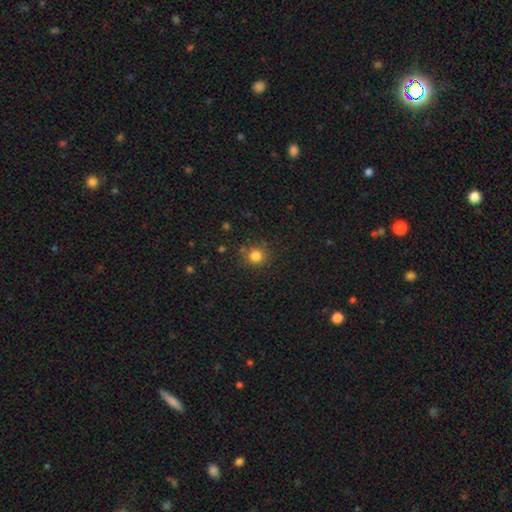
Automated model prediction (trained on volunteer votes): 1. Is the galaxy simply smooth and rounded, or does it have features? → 81% smooth, 14% star or artifact, 5% featured or disk.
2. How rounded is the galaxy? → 87% round, 12% in between, 1% cigar-shaped.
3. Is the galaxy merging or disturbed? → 77% none, 13% minor disturbance, 5% merger, 4% major disturbance.